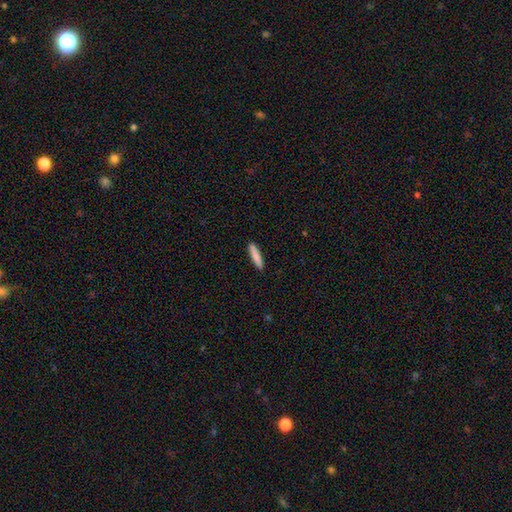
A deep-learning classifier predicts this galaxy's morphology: smooth-or-featured: smooth: 85% | featured or disk: 10% | star or artifact: 6%
  how-rounded: cigar-shaped: 90% | in between: 8% | round: 1%
  merging: none: 91% | minor disturbance: 6% | major disturbance: 1% | merger: 1%